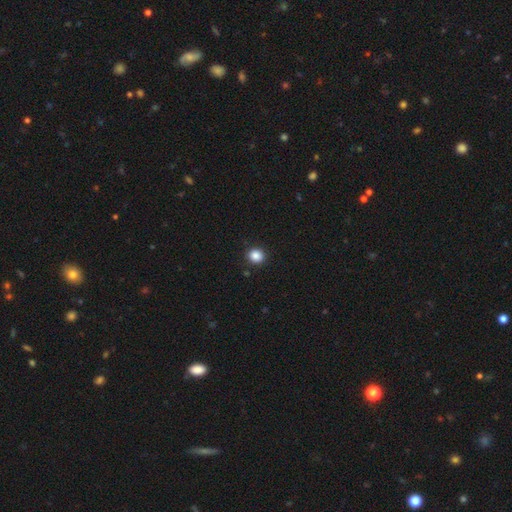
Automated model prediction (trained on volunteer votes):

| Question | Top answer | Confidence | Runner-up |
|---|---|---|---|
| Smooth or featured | smooth | 87% | star or artifact (10%) |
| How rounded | round | 81% | in between (18%) |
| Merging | none | 91% | minor disturbance (6%) |